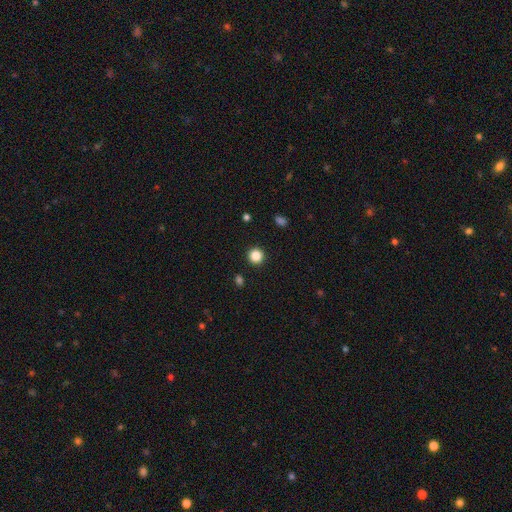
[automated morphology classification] Smooth or featured?
  - smooth: 86% *
  - star or artifact: 11%
  - featured or disk: 3%
How rounded?
  - round: 95% *
  - in between: 4%
  - cigar-shaped: 1%
Merging?
  - none: 93% *
  - minor disturbance: 4%
  - major disturbance: 2%
  - merger: 1%